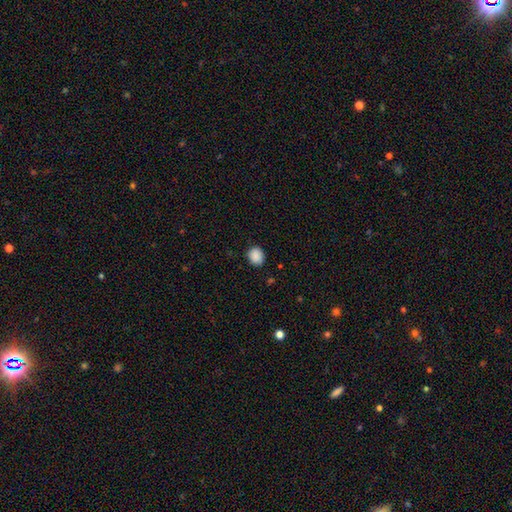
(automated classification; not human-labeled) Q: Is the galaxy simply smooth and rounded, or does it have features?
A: smooth — 89%.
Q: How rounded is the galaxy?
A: round — 68%.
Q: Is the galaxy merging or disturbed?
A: none — 87%.